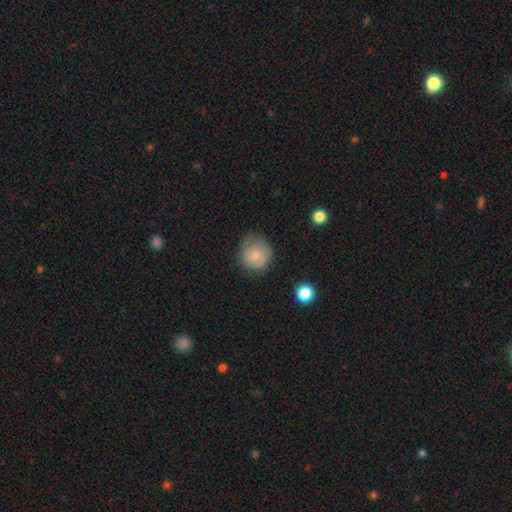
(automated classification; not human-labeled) Smooth or featured?
  - smooth: 71% *
  - featured or disk: 21%
  - star or artifact: 8%
How rounded?
  - round: 86% *
  - in between: 13%
  - cigar-shaped: 1%
Merging?
  - none: 60% *
  - minor disturbance: 29%
  - major disturbance: 9%
  - merger: 2%